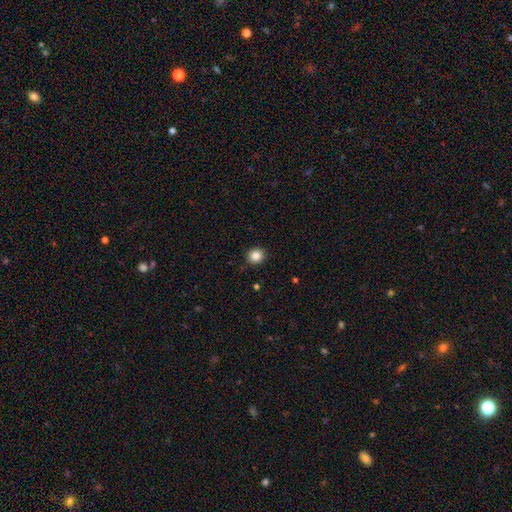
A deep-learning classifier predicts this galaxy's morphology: Smooth or featured? smooth (85%)
How rounded? round (85%)
Merging? none (92%)